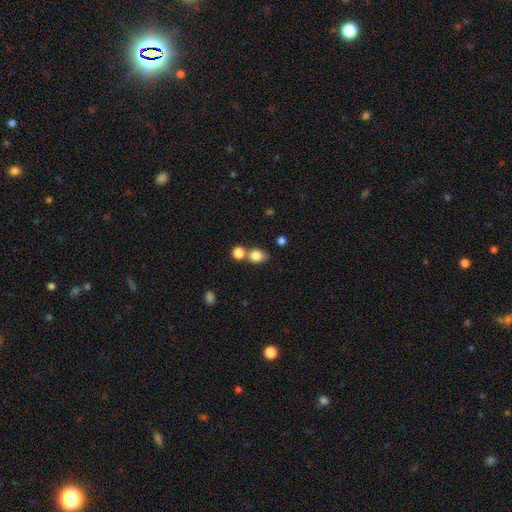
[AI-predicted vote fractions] Smooth or featured? smooth (81%)
How rounded? in between (53%)
Merging? none (51%)